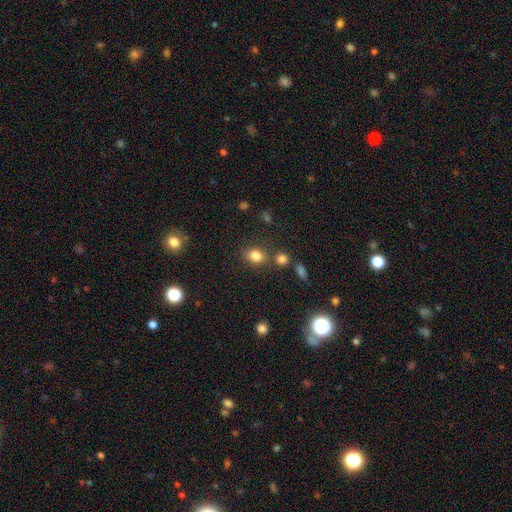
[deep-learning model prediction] Q: Smooth or featured?
A: smooth (81%); runner-up: star or artifact (12%)
Q: How rounded?
A: in between (56%); runner-up: round (43%)
Q: Merging?
A: none (72%); runner-up: minor disturbance (12%)